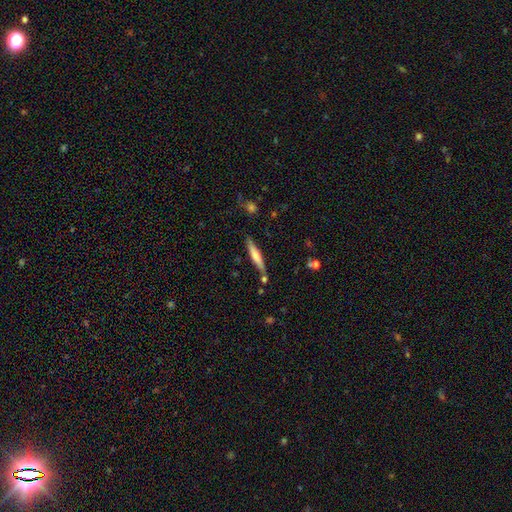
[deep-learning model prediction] Smooth or featured: smooth — 57% (featured or disk — 37%)
How rounded: cigar-shaped — 92% (in between — 7%)
Merging: none — 80% (minor disturbance — 12%)